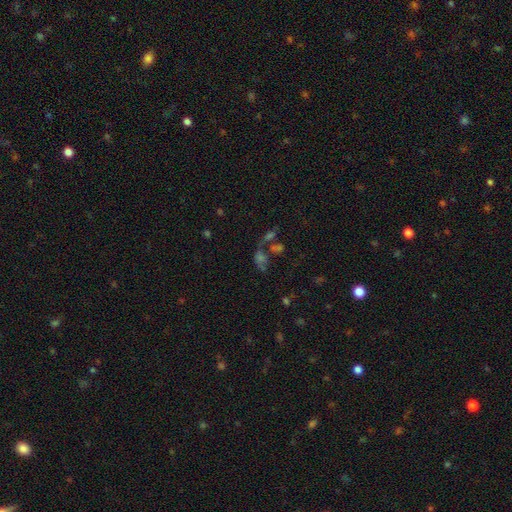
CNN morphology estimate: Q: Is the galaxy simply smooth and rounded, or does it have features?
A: star or artifact — 43%.